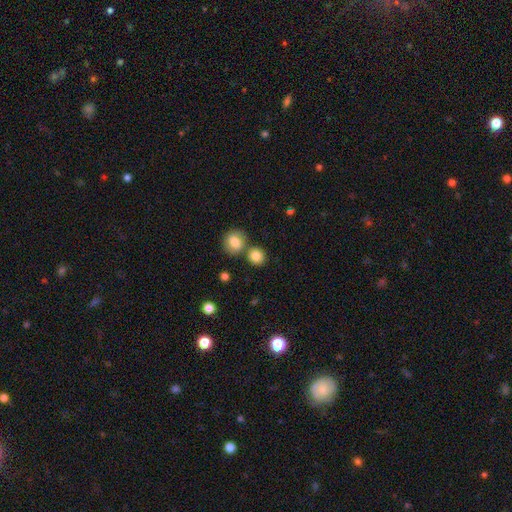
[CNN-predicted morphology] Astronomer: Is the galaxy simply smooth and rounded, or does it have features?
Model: smooth — 84%.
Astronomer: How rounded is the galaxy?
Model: round — 83%.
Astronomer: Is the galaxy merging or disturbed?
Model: none — 64%.